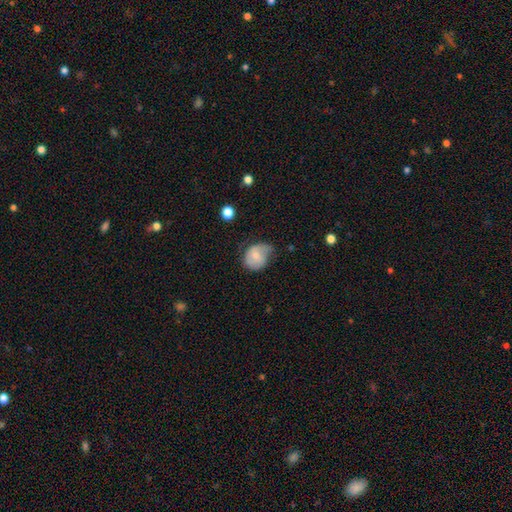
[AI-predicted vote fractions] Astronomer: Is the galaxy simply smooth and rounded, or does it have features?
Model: smooth — 61%.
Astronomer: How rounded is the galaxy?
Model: round — 53% (runner-up: in between, 46%).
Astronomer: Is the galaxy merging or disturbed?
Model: minor disturbance — 42% (runner-up: none, 37%).